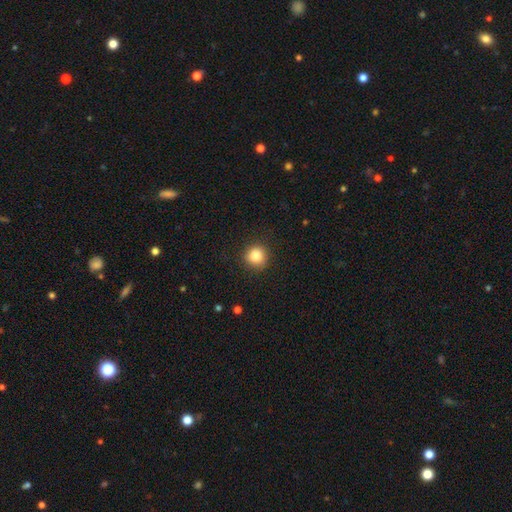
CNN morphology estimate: This appears to be a smooth galaxy with no disk features (86%) that is round (88%). Merging: none (85%).